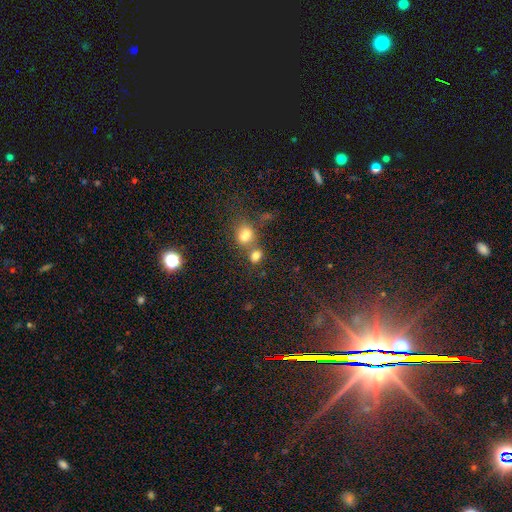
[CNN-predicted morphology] This appears to be a smooth galaxy with no disk features (74%) that is in between round and cigar-shaped (53%). Merging: merger (46%).